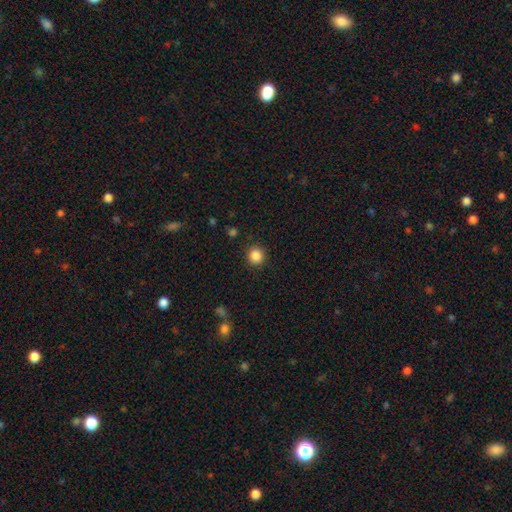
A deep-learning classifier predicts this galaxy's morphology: Q: Smooth or featured?
A: smooth (86%); runner-up: star or artifact (10%)
Q: How rounded?
A: round (94%); runner-up: in between (6%)
Q: Merging?
A: none (91%); runner-up: minor disturbance (5%)